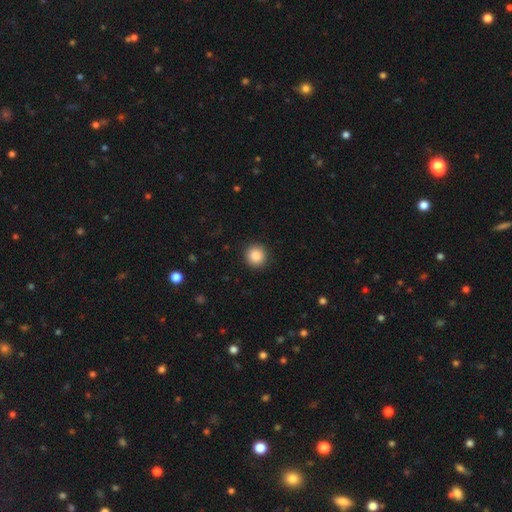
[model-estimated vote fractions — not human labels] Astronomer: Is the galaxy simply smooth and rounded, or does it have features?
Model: smooth — 88%.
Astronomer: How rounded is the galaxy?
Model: round — 94%.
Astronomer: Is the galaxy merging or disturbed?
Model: none — 92%.